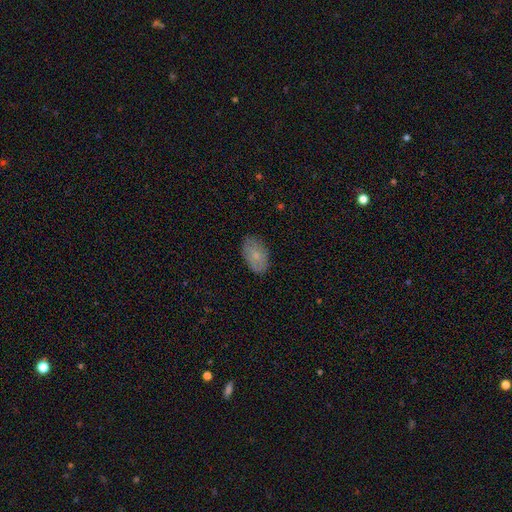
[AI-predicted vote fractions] Smooth or featured: smooth — 77% (featured or disk — 16%)
How rounded: in between — 93% (round — 6%)
Merging: none — 83% (minor disturbance — 14%)